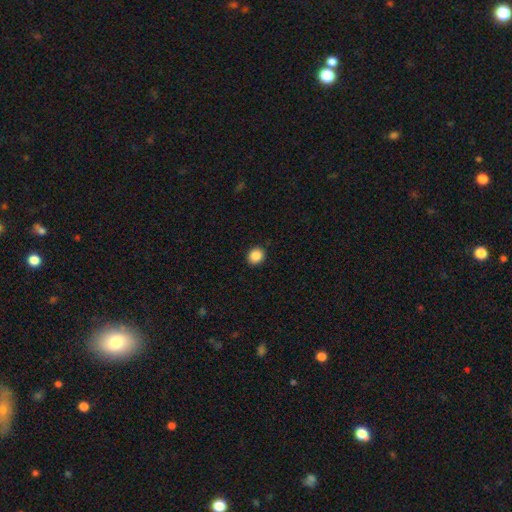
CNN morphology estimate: smooth-or-featured: smooth: 87% | star or artifact: 10% | featured or disk: 4%
  how-rounded: round: 85% | in between: 14% | cigar-shaped: 1%
  merging: none: 92% | minor disturbance: 5% | major disturbance: 2% | merger: 1%